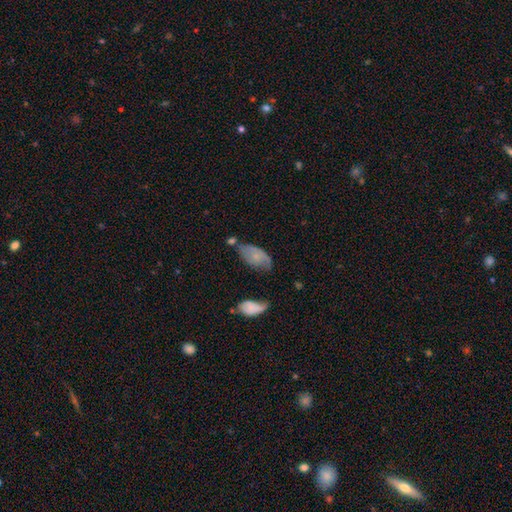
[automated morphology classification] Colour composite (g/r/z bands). It shows a smooth galaxy with no disk features (57%) that is in between round and cigar-shaped (91%). Merging: none (39%).